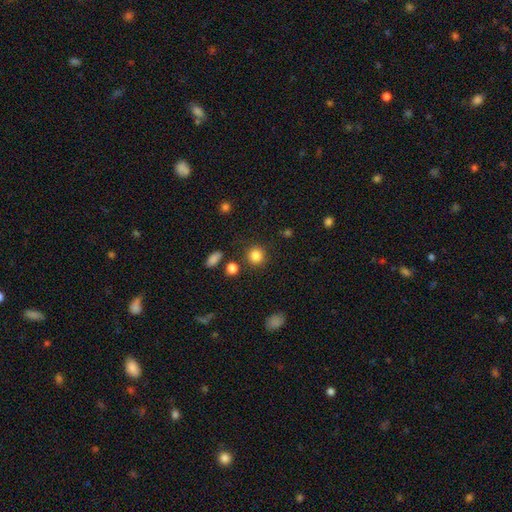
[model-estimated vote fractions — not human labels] The model was most divided on "smooth or featured": smooth: 85%, star or artifact: 11%, featured or disk: 5%. More confident: how rounded — round (90%); merging — none (84%).